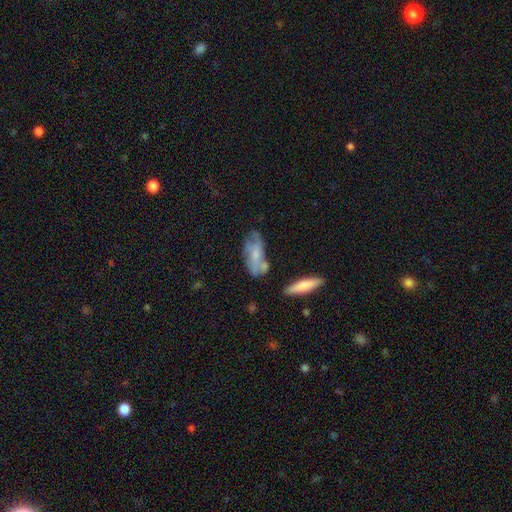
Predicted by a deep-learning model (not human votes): Morphology: type=smooth (46%, tied with featured or disk); merging=none (51%).